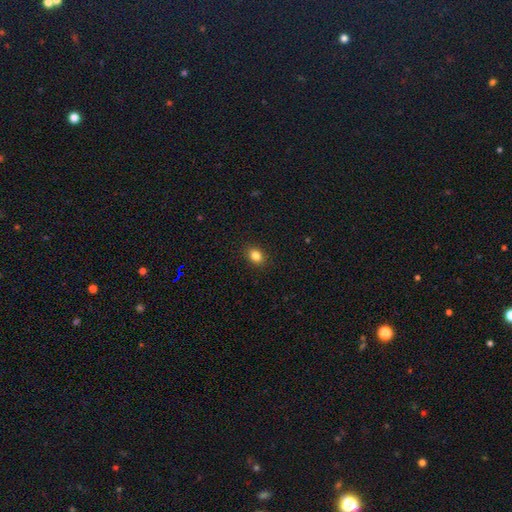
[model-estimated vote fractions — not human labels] smooth 84%, star or artifact 11%, featured or disk 5%. Down the decision tree: how rounded — in between (62%); merging — none (90%).